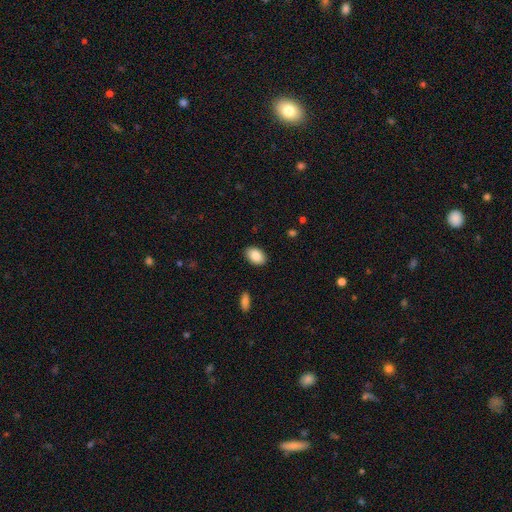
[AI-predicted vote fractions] This appears to be a smooth galaxy with no disk features (87%) that is in between round and cigar-shaped (87%). Merging: none (89%).